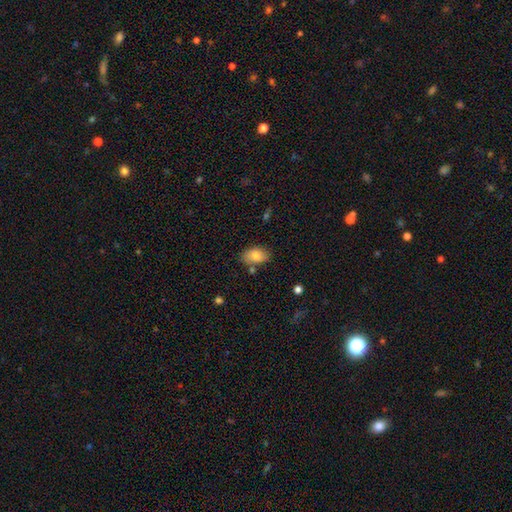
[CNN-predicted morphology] smooth 79%, featured or disk 14%, star or artifact 8%. Down the decision tree: how rounded — in between (89%); merging — none (73%).